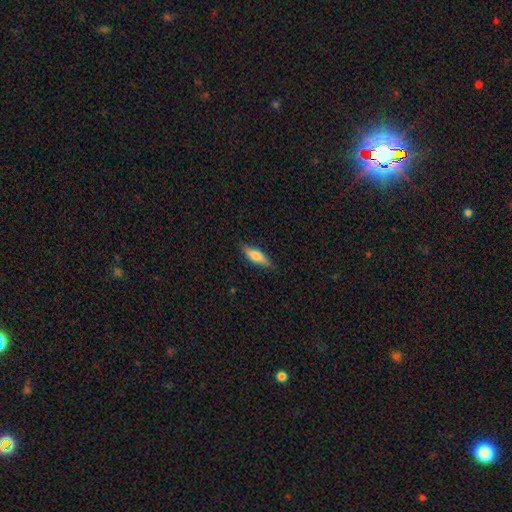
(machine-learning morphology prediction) smooth-or-featured: smooth: 69% | featured or disk: 25% | star or artifact: 6%
  how-rounded: cigar-shaped: 50% | in between: 48% | round: 2%
  merging: none: 83% | minor disturbance: 14% | major disturbance: 2% | merger: 1%